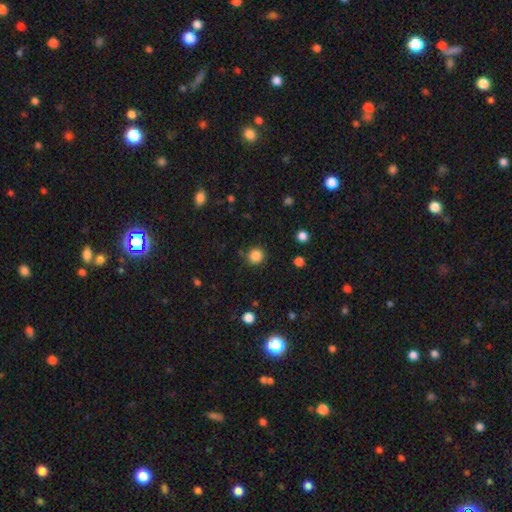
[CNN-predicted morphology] smooth_or_featured: smooth (p=0.85) [alt: star or artifact p=0.11]
how_rounded: round (p=0.92) [alt: in between p=0.07]
merging: none (p=0.88) [alt: minor disturbance p=0.08]